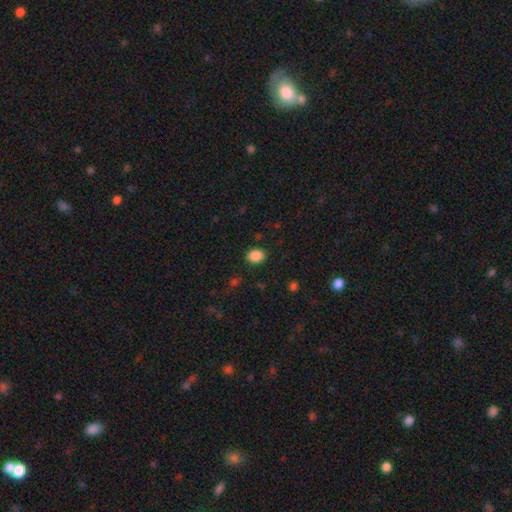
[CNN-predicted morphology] smooth-or-featured: smooth: 88% | star or artifact: 9% | featured or disk: 3%
  how-rounded: in between: 50% | round: 49% | cigar-shaped: 1%
  merging: none: 88% | minor disturbance: 9% | major disturbance: 2% | merger: 1%